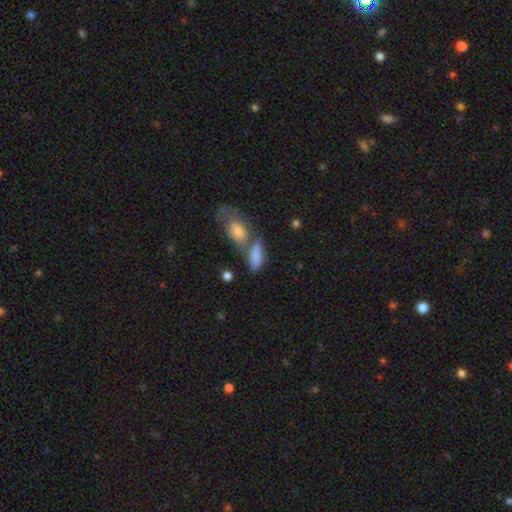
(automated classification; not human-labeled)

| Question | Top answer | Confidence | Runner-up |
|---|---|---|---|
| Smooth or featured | smooth | 80% | featured or disk (12%) |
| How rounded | in between | 79% | cigar-shaped (17%) |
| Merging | merger | 42% | none (35%) |